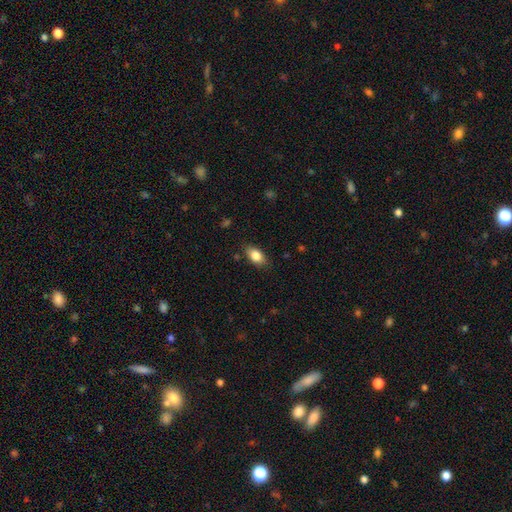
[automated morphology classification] The model was most divided on "merging": none: 83%, minor disturbance: 13%, major disturbance: 3%, merger: 1%. More confident: how rounded — in between (89%); smooth or featured — smooth (83%).